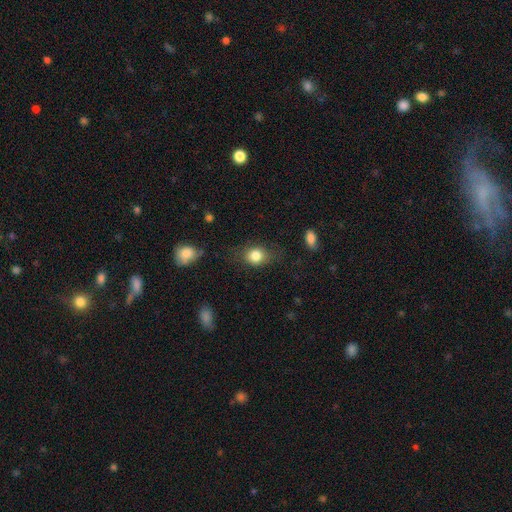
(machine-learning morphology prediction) A smooth galaxy with no disk features (82%) that is round (54%). Merging: none (69%).